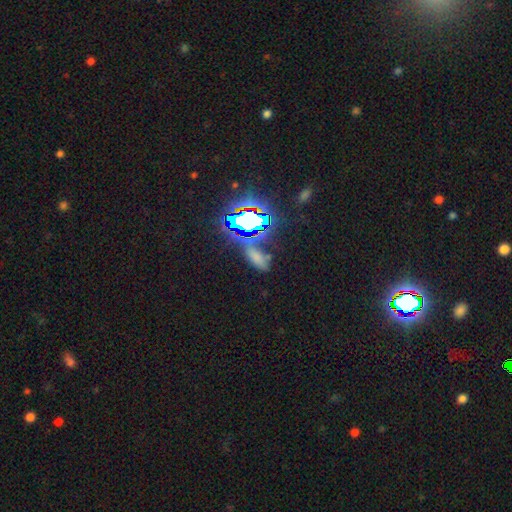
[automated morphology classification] Smooth or featured: star or artifact — 45% (smooth — 42%)